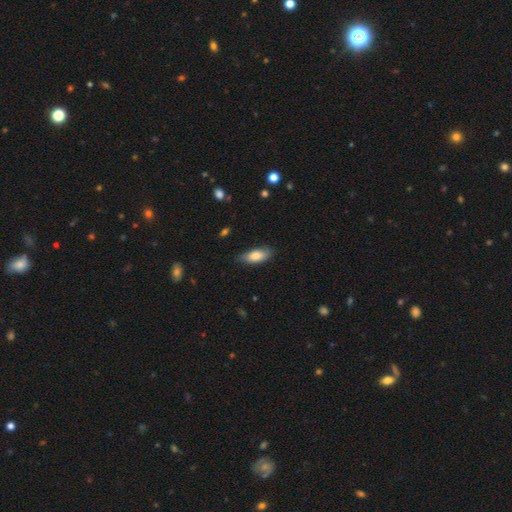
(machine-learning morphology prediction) Q: Smooth or featured?
A: smooth (80%); runner-up: featured or disk (14%)
Q: How rounded?
A: in between (82%); runner-up: cigar-shaped (16%)
Q: Merging?
A: none (76%); runner-up: minor disturbance (20%)